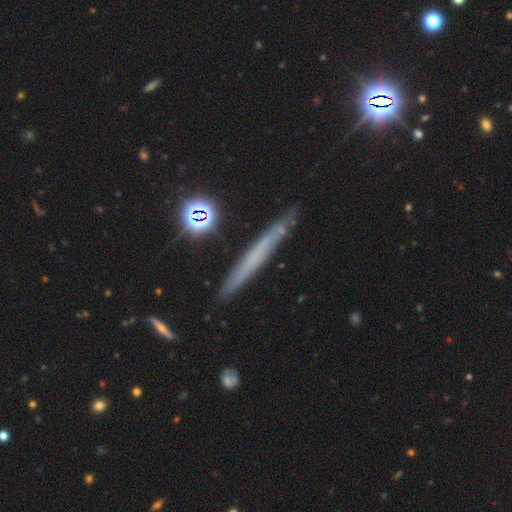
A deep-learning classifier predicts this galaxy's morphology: This is possibly a featured or disk galaxy (46%). Merging: clearly none (84%).